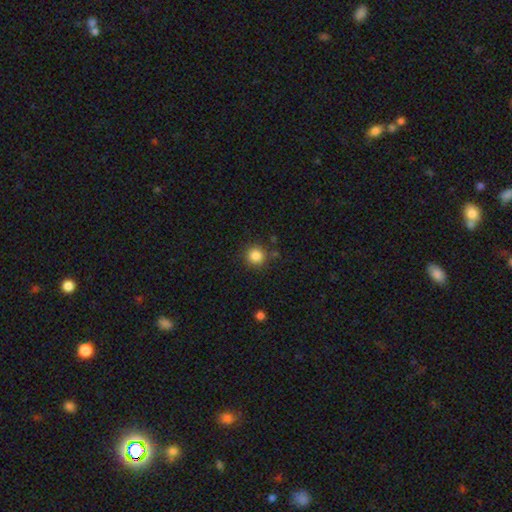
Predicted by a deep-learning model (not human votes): This appears to be a smooth galaxy with no disk features (85%) that is round (94%). Merging: none (85%).